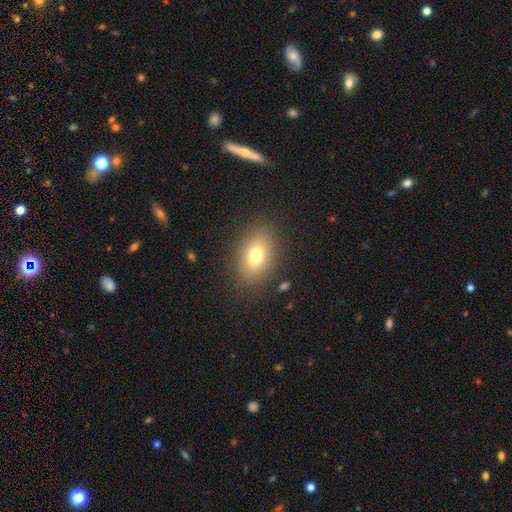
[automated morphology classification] Smooth or featured: smooth — 75% (featured or disk — 14%)
How rounded: in between — 80% (round — 18%)
Merging: none — 85% (minor disturbance — 9%)